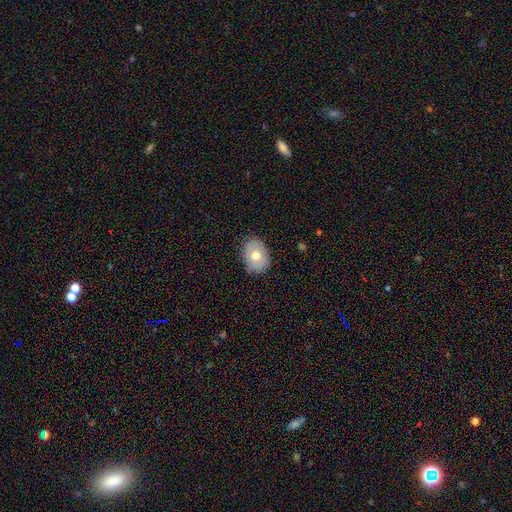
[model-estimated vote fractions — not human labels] smooth_or_featured: smooth (p=0.69) [alt: featured or disk p=0.24]
how_rounded: in between (p=0.65) [alt: round p=0.34]
merging: none (p=0.82) [alt: minor disturbance p=0.14]